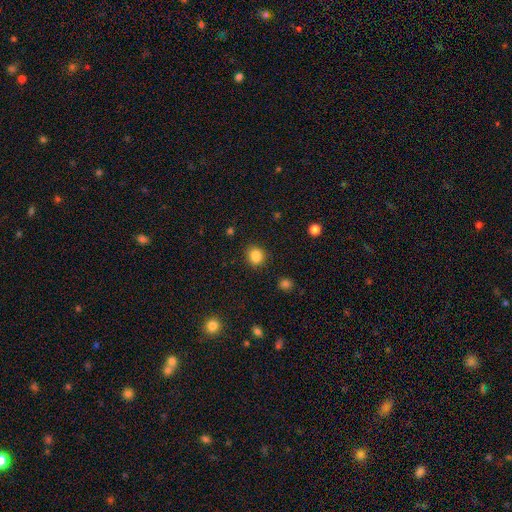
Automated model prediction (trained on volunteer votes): Q: Smooth or featured?
A: smooth (84%); runner-up: star or artifact (11%)
Q: How rounded?
A: round (76%); runner-up: in between (23%)
Q: Merging?
A: none (83%); runner-up: minor disturbance (10%)